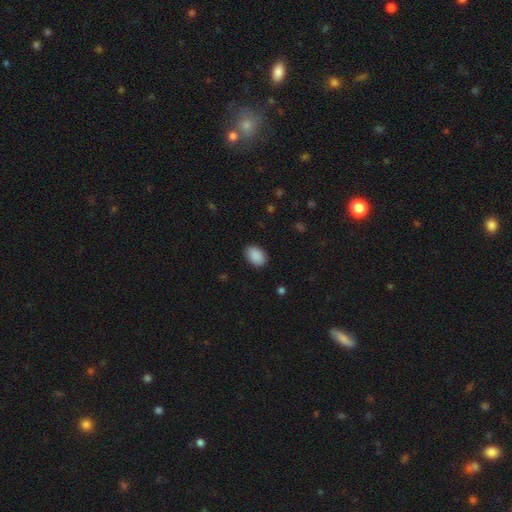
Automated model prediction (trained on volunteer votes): Overall: smooth (90%). How rounded: in between (87%). Merging: none (87%).